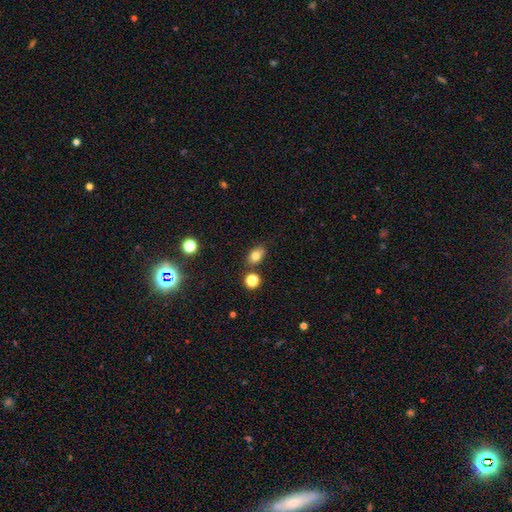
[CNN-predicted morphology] The model was most divided on "how rounded": in between: 72%, round: 26%, cigar-shaped: 2%. More confident: merging — none (78%); smooth or featured — smooth (78%).